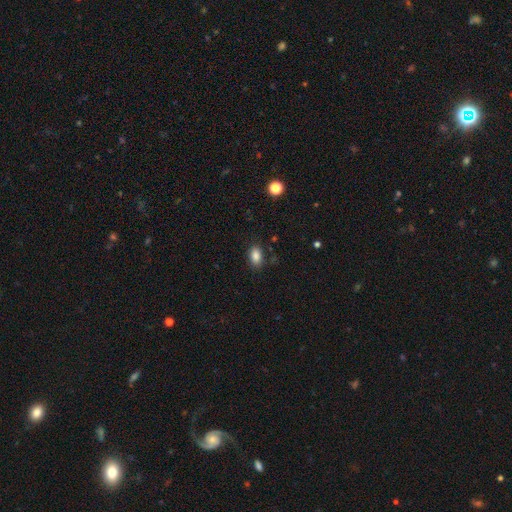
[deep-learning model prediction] Smooth or featured? Predicted: smooth (p=0.86). How rounded? Predicted: in between (p=0.88). Merging? Predicted: none (p=0.84).